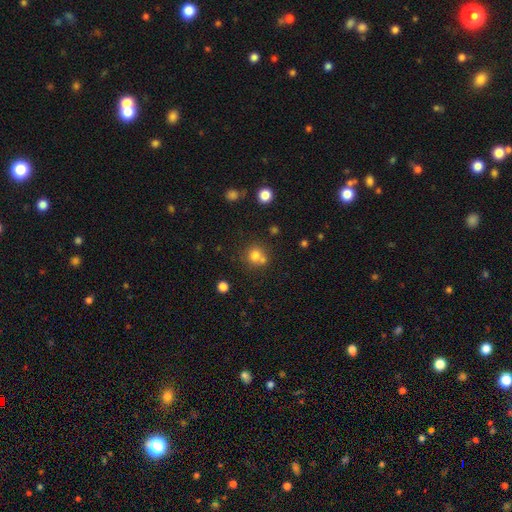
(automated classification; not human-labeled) This is likely a smooth galaxy (76%). How rounded: clearly round (85%). Merging: possibly none (54%).